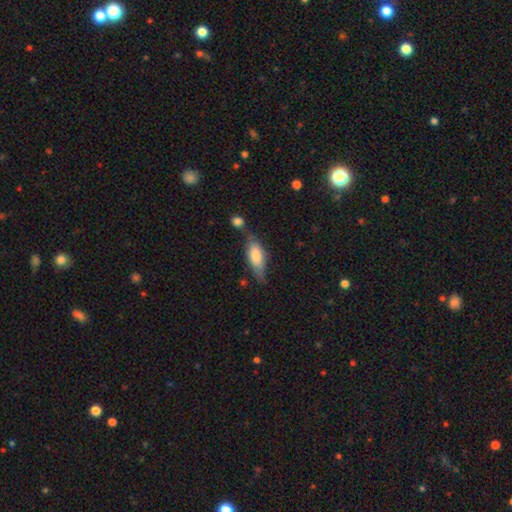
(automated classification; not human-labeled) smooth-or-featured: smooth: 72% | featured or disk: 21% | star or artifact: 6%
  how-rounded: in between: 71% | cigar-shaped: 27% | round: 2%
  merging: none: 52% | minor disturbance: 25% | merger: 16% | major disturbance: 7%